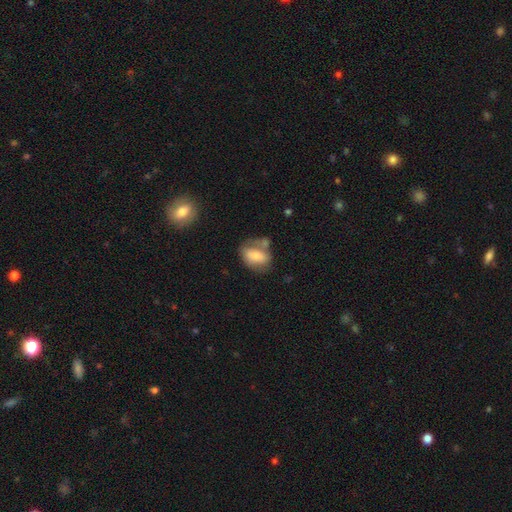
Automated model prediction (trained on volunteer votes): Q: Smooth or featured?
A: smooth (67%); runner-up: featured or disk (26%)
Q: How rounded?
A: in between (80%); runner-up: round (18%)
Q: Merging?
A: none (44%); runner-up: minor disturbance (23%)